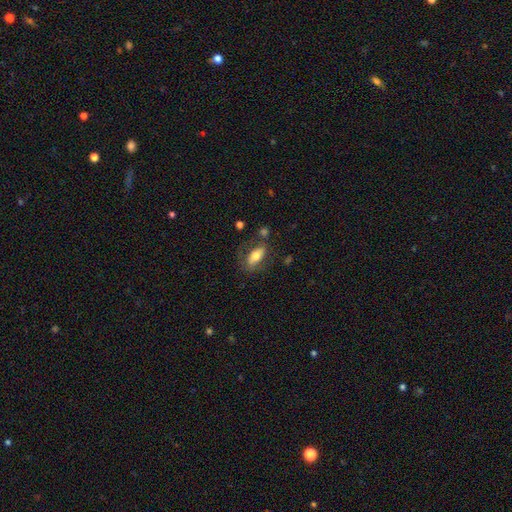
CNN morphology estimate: type=smooth (64%); roundness=in between (81%); merging=none (59%).